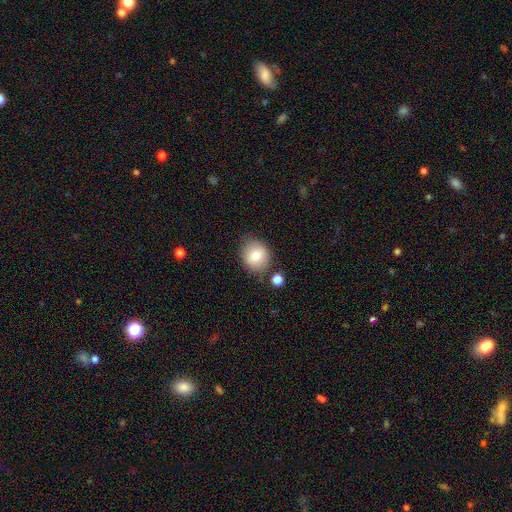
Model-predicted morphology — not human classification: The model was most divided on "how rounded": round: 67%, in between: 32%, cigar-shaped: 1%. More confident: smooth or featured — smooth (80%); merging — none (77%).